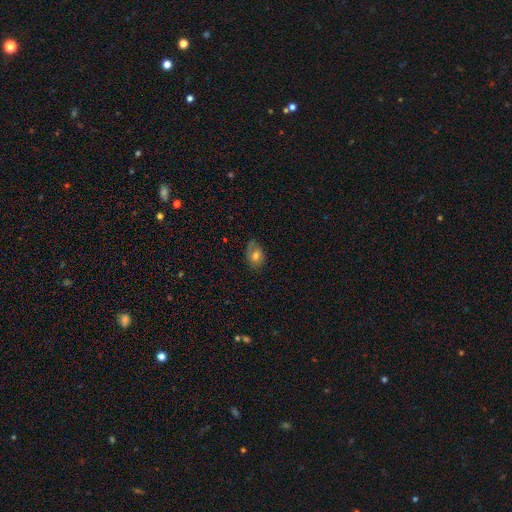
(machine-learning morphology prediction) smooth-or-featured: smooth: 66% | featured or disk: 25% | star or artifact: 9%
  how-rounded: in between: 80% | round: 19% | cigar-shaped: 1%
  merging: none: 62% | minor disturbance: 27% | major disturbance: 9% | merger: 2%